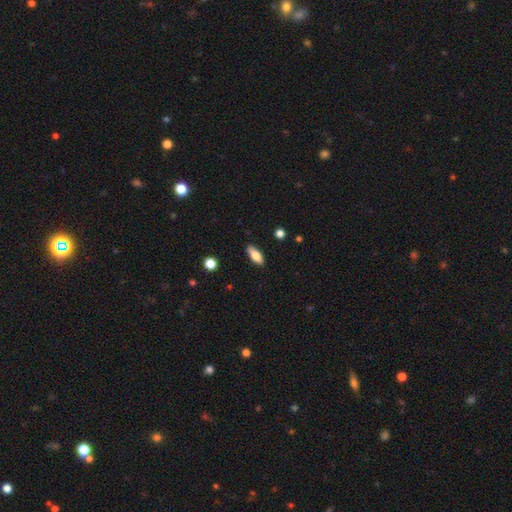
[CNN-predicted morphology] This appears to be a smooth galaxy with no disk features (76%) that is in between round and cigar-shaped (74%). Merging: none (87%).